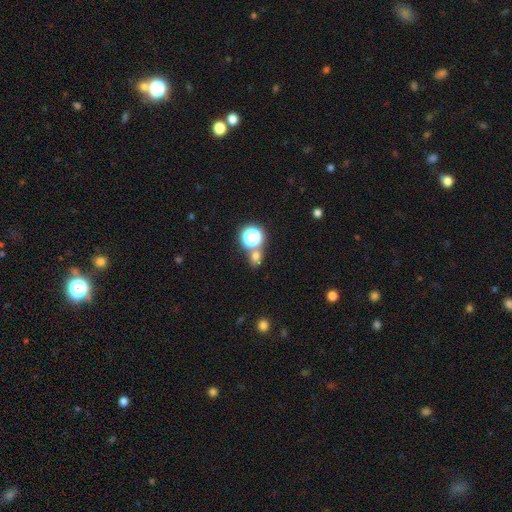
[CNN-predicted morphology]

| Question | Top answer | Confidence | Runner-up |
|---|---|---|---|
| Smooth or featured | smooth | 61% | star or artifact (31%) |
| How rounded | round | 68% | in between (30%) |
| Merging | none | 62% | merger (24%) |